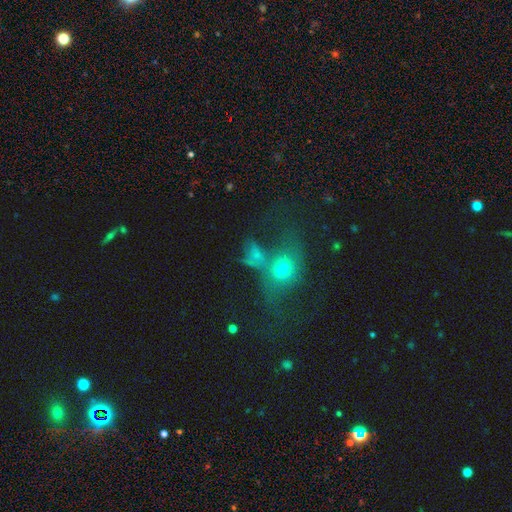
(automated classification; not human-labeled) Smooth or featured: smooth — 55% (featured or disk — 24%)
How rounded: in between — 64% (round — 32%)
Merging: merger — 48% (none — 25%)